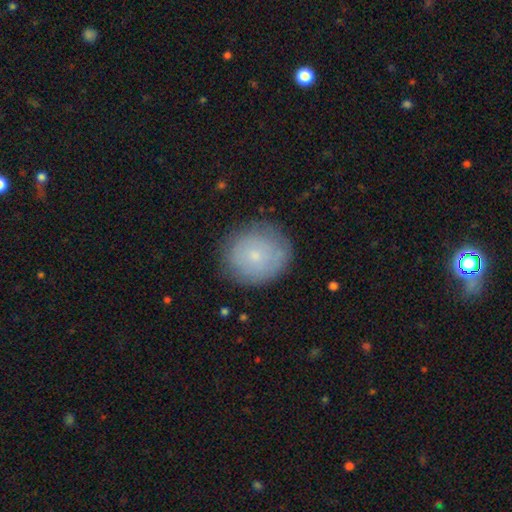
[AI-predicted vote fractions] Smooth or featured? Predicted: smooth (p=0.66). How rounded? Predicted: round (p=0.85). Merging? Predicted: none (p=0.81).